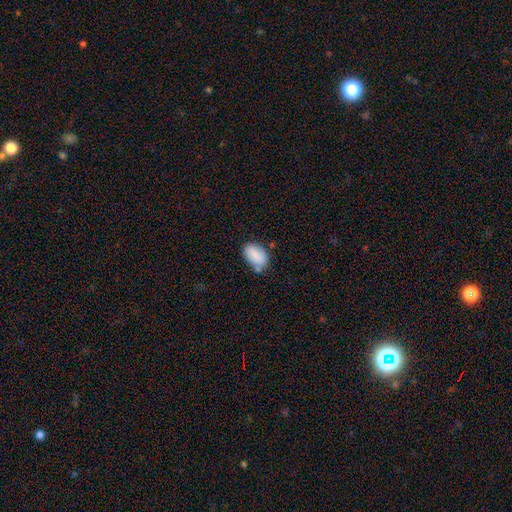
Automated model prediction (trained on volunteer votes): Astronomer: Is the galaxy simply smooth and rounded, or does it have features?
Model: smooth — 85%.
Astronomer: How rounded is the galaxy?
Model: in between — 90%.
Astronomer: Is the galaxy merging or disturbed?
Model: none — 57%.